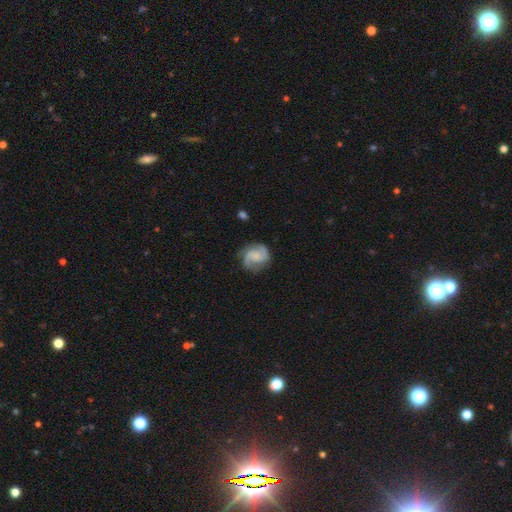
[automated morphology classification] The model was most divided on "bulge size": small: 35%, none: 34%, moderate: 23%, large: 6%, dominant: 2%. Remaining: edge-on disk — no (98%); spiral arms — yes (95%); spiral arm count — 2 (80%); merging — none (75%); smooth or featured — featured or disk (72%); bar — no (60%); spiral winding — medium (49%).